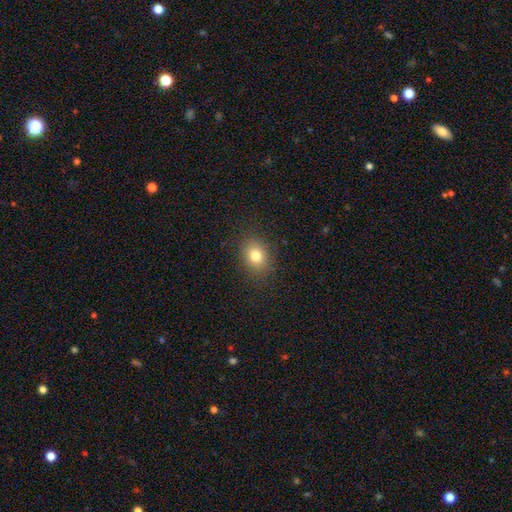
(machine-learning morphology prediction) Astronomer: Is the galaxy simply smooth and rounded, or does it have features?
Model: smooth — 80%.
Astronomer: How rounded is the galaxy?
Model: in between — 51% (runner-up: round, 48%).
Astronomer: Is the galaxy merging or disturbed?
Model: none — 86%.